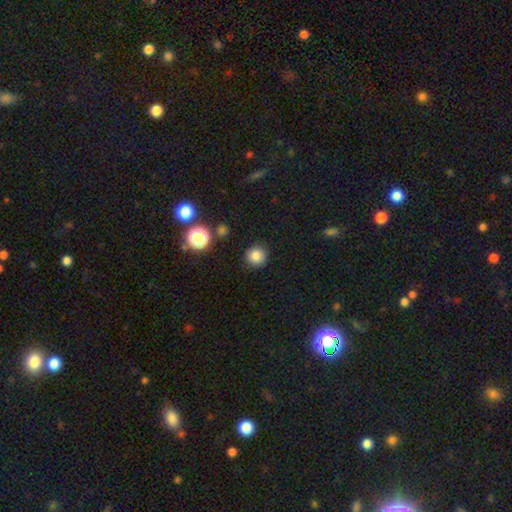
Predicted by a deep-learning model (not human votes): smooth 83%, star or artifact 12%, featured or disk 5%. Down the decision tree: how rounded — round (94%); merging — none (89%).